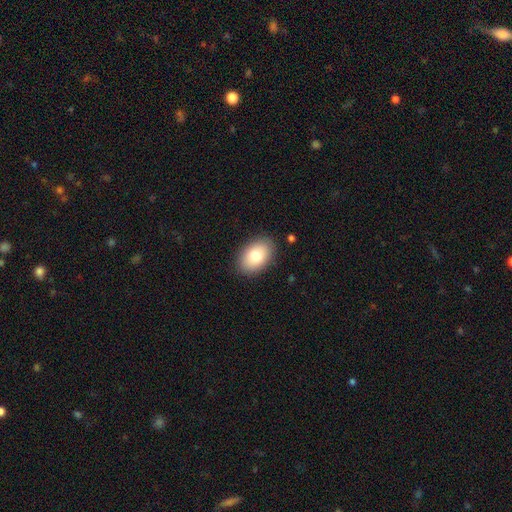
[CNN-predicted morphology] The model was most divided on "smooth or featured": smooth: 79%, featured or disk: 13%, star or artifact: 8%. More confident: how rounded — in between (88%); merging — none (88%).